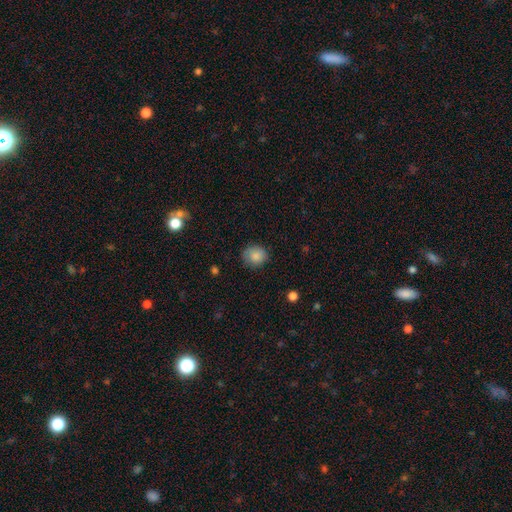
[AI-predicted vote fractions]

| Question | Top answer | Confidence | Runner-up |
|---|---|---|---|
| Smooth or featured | smooth | 85% | star or artifact (8%) |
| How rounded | round | 77% | in between (22%) |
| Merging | none | 77% | minor disturbance (18%) |